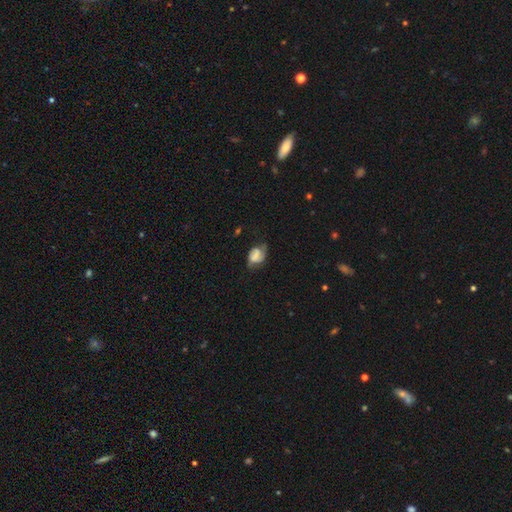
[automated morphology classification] This is possibly a smooth galaxy (53%). How rounded: likely in between (68%). Merging: marginally none (40%).